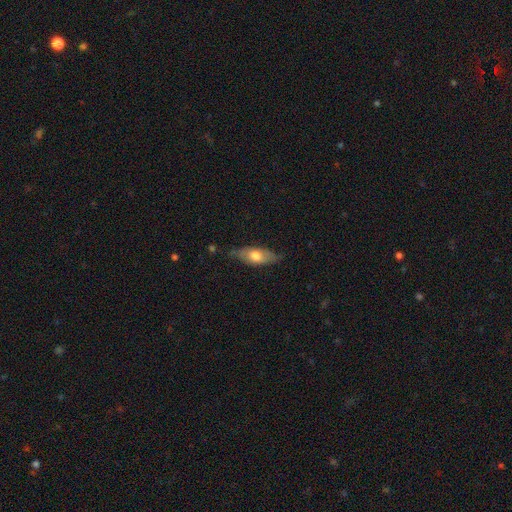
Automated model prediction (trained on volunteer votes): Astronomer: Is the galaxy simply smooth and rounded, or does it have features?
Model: smooth — 60%.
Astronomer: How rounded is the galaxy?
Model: in between — 74%.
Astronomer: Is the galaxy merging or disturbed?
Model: none — 68%.